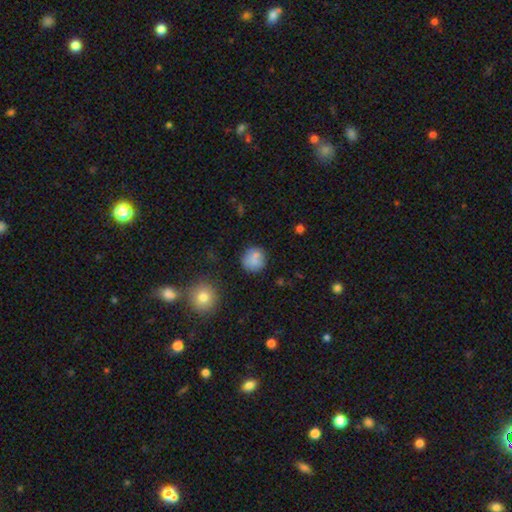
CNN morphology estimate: type=smooth (76%); roundness=round (89%); merging=none (75%).